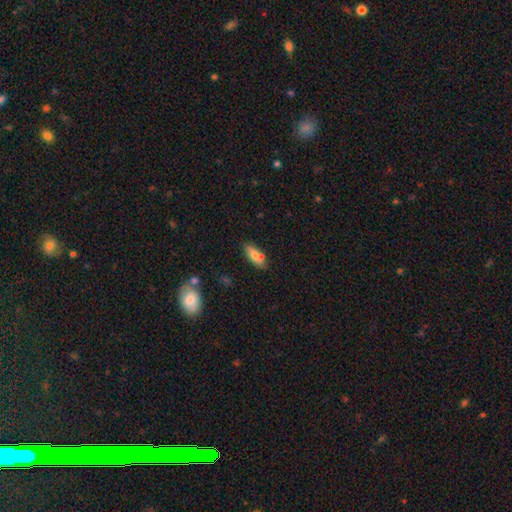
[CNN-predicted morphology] smooth 73%, featured or disk 19%, star or artifact 8%. Down the decision tree: how rounded — in between (70%); merging — none (68%).